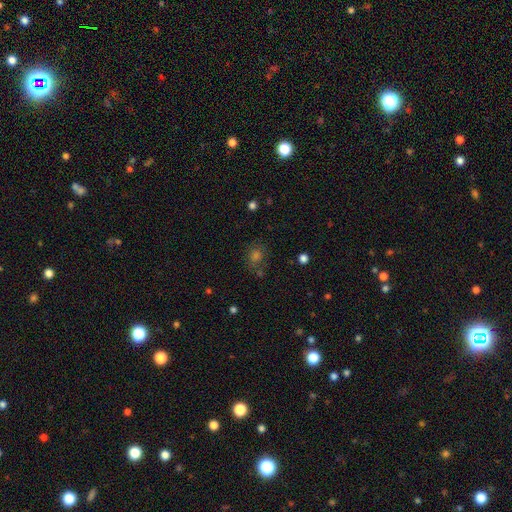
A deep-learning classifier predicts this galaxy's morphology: Smooth or featured? Predicted: smooth (p=0.59). How rounded? Predicted: round (p=0.67). Merging? Predicted: none (p=0.73).